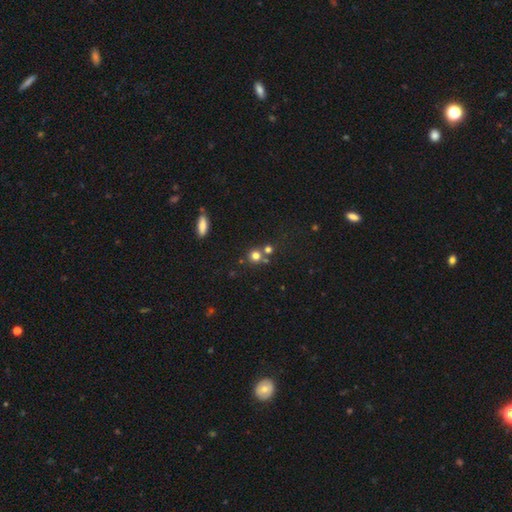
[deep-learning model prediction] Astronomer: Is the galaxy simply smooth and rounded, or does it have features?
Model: smooth — 73%.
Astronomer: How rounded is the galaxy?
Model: round — 89%.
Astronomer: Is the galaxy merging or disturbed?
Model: none — 59%.